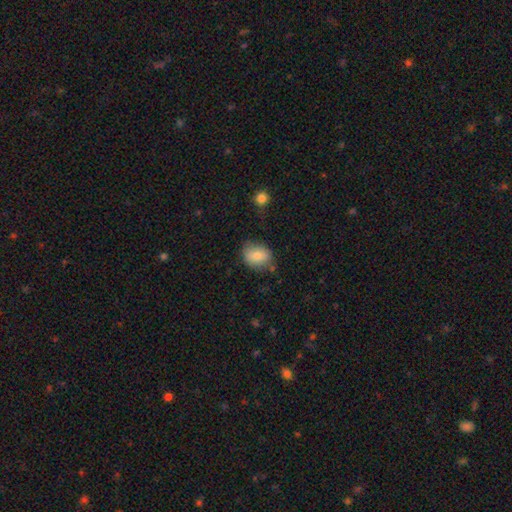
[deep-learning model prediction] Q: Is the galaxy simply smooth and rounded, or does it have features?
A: smooth — 79%.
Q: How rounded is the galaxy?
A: in between — 53%.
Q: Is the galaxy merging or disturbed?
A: none — 69%.